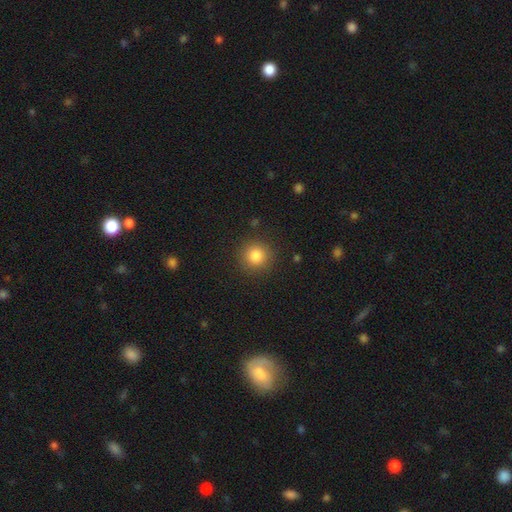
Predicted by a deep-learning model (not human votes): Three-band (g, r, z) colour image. It shows a smooth galaxy with no disk features (83%) that is round (94%). Merging: none (89%).